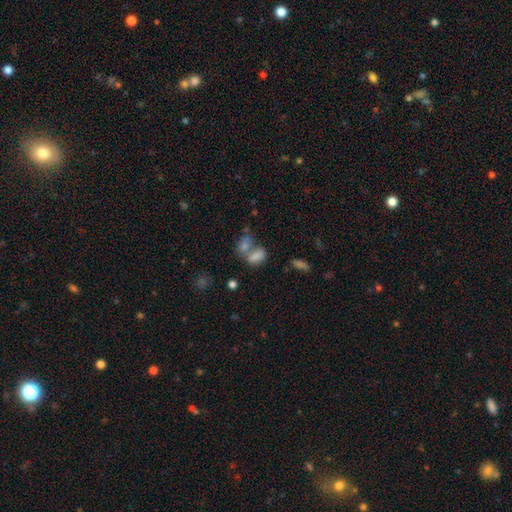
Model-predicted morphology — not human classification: Smooth or featured?
  - smooth: 77% *
  - star or artifact: 12%
  - featured or disk: 11%
How rounded?
  - in between: 82% *
  - round: 14%
  - cigar-shaped: 4%
Merging?
  - merger: 57% *
  - none: 28%
  - minor disturbance: 9%
  - major disturbance: 6%